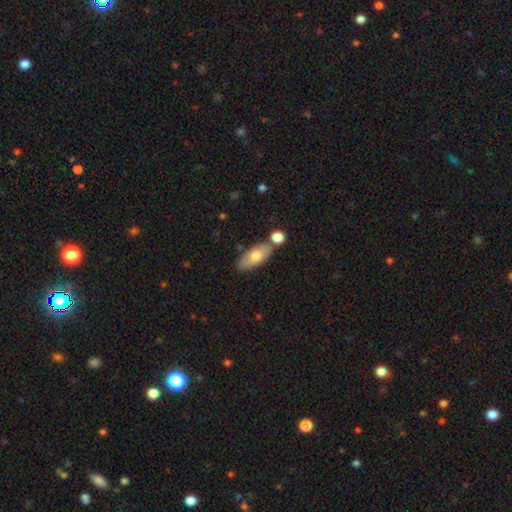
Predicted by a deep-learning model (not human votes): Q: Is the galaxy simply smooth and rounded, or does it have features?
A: smooth — 70%.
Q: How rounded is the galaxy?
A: in between — 82%.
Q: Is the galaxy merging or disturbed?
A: none — 69%.